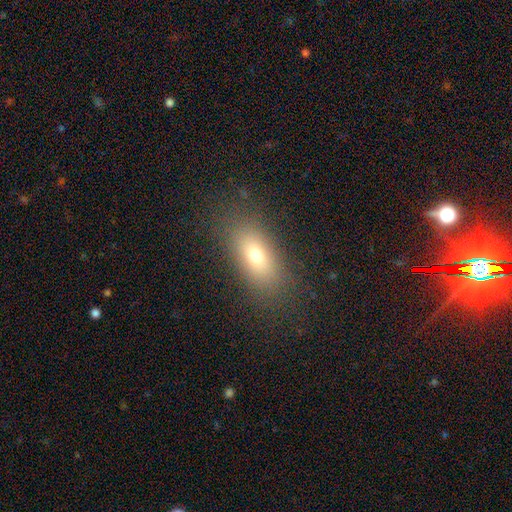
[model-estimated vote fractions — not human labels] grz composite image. It shows a smooth galaxy with no disk features (71%) that is in between round and cigar-shaped (81%). Merging: none (84%).